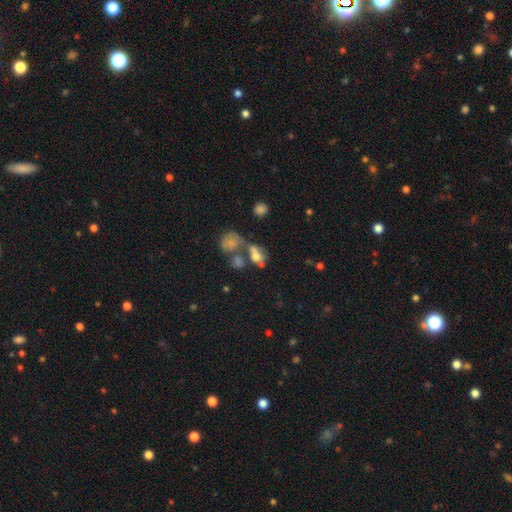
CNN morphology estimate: A smooth galaxy with no disk features (61%) that is in between round and cigar-shaped (64%). Merging: merger (52%).